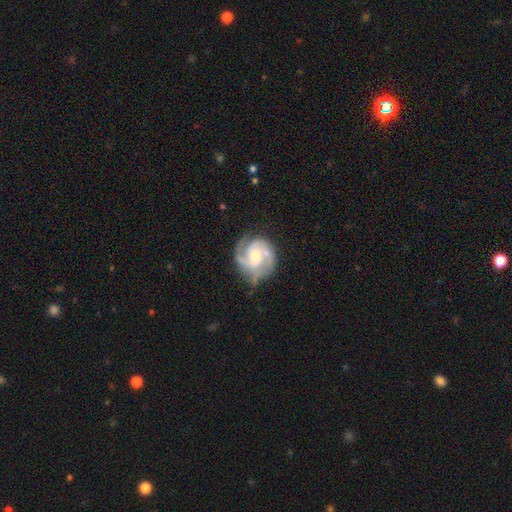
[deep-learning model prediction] Morphology: type=featured or disk (88%); edge-on=no (98%); bar=no (63%); spiral arms=yes (98%); winding=tight (48%); arm count=2 (50%); bulge=moderate (54%); merging=none (71%).